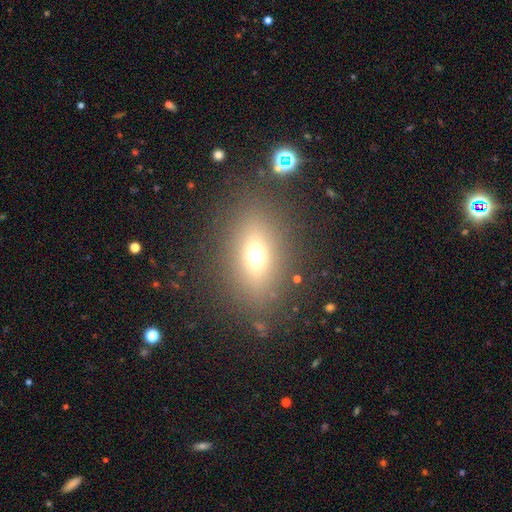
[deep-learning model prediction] Q: Smooth or featured?
A: smooth (61%); runner-up: star or artifact (21%)
Q: How rounded?
A: in between (67%); runner-up: round (28%)
Q: Merging?
A: none (82%); runner-up: minor disturbance (9%)